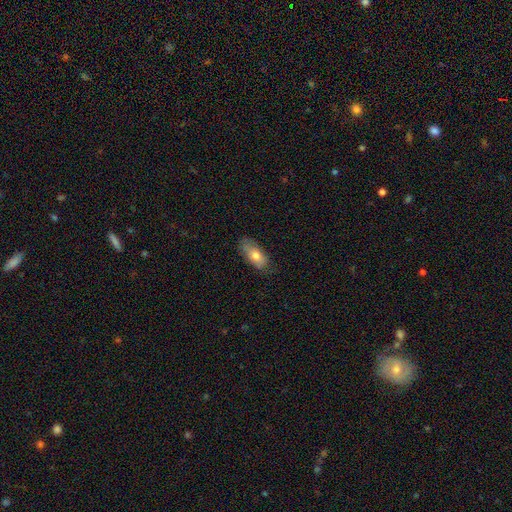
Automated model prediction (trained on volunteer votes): Q: Smooth or featured?
A: smooth (74%); runner-up: featured or disk (19%)
Q: How rounded?
A: in between (85%); runner-up: cigar-shaped (12%)
Q: Merging?
A: none (72%); runner-up: minor disturbance (22%)